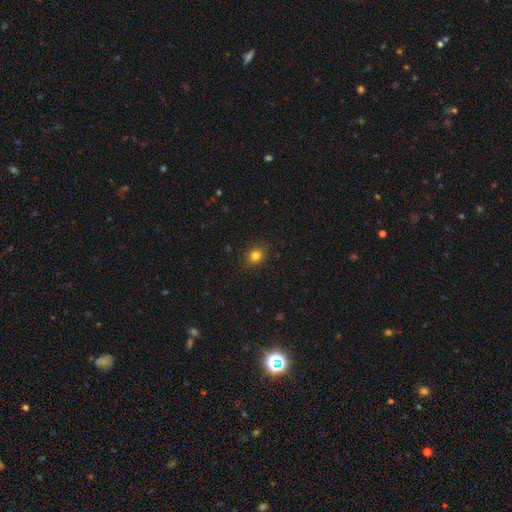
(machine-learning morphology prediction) smooth-or-featured: smooth: 82% | star or artifact: 13% | featured or disk: 5%
  how-rounded: round: 74% | in between: 25% | cigar-shaped: 1%
  merging: none: 89% | minor disturbance: 8% | major disturbance: 2% | merger: 1%